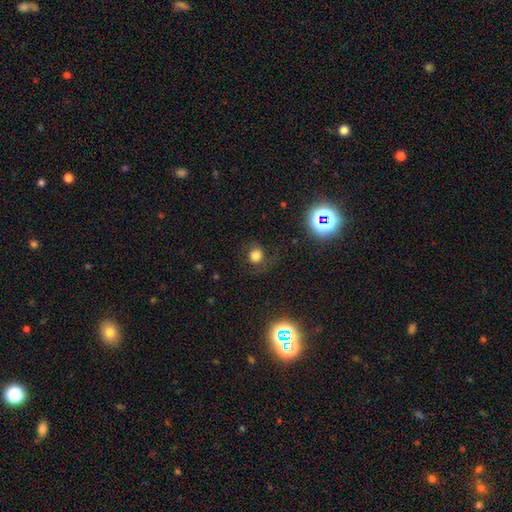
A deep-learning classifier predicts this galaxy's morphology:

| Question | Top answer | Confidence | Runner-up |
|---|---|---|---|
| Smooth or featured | smooth | 70% | star or artifact (16%) |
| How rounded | round | 85% | in between (14%) |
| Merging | none | 70% | minor disturbance (15%) |